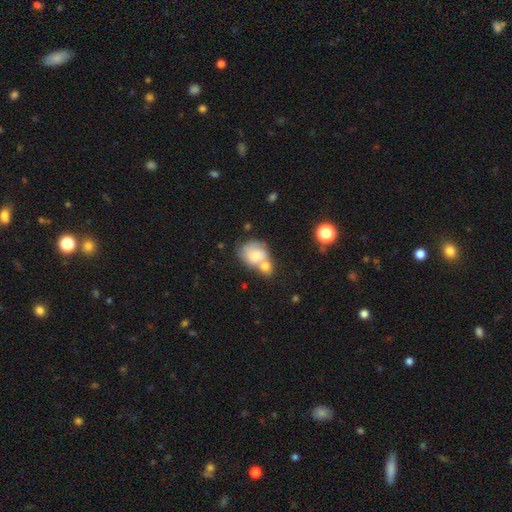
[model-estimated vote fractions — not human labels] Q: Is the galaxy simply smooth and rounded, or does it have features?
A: smooth — 68%.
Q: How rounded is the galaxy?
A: in between — 52%.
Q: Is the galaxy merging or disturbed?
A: merger — 61%.